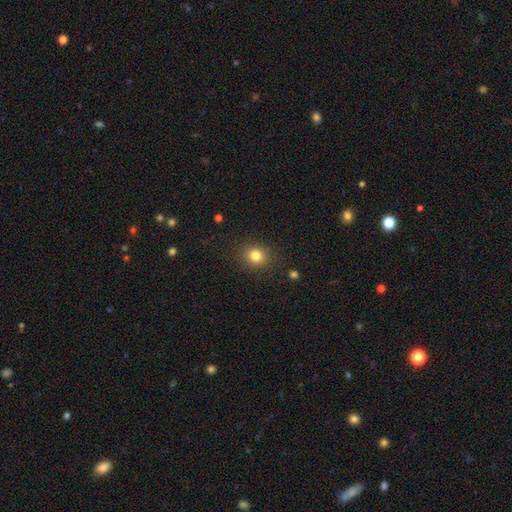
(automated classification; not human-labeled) This appears to be a smooth galaxy with no disk features (81%) that is round (78%). Merging: none (88%).